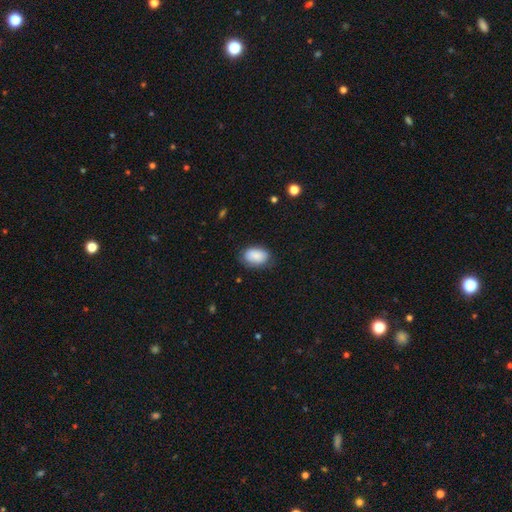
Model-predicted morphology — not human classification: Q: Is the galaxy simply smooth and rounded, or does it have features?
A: smooth — 84%.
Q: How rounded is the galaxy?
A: in between — 88%.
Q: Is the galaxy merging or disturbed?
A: none — 71%.